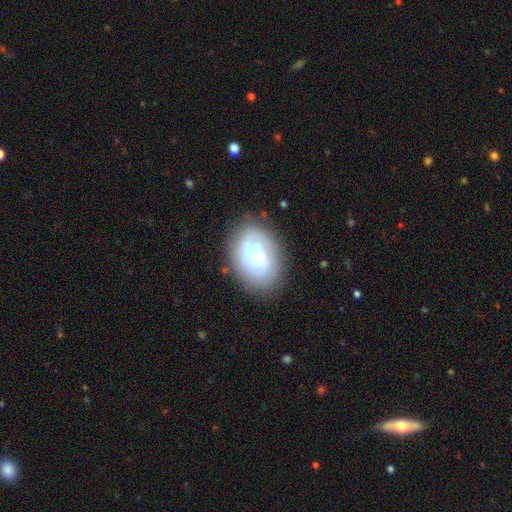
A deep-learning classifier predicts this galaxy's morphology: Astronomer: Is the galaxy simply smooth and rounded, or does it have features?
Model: featured or disk — 52% (runner-up: smooth, 39%).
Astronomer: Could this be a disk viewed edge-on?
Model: no — 96%.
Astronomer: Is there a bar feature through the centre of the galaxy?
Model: no — 64%.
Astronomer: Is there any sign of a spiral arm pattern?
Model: yes — 63%.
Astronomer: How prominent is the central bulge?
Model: moderate — 34% (runner-up: small, 29%).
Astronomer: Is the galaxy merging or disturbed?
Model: none — 73%.